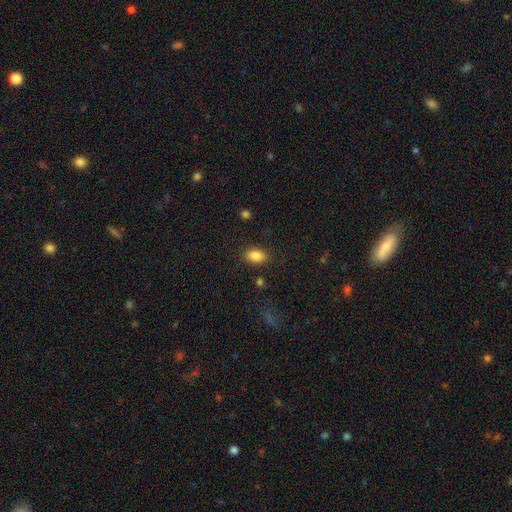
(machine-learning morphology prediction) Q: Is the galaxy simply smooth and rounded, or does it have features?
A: smooth — 86%.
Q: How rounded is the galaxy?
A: in between — 88%.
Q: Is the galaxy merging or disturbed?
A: none — 84%.